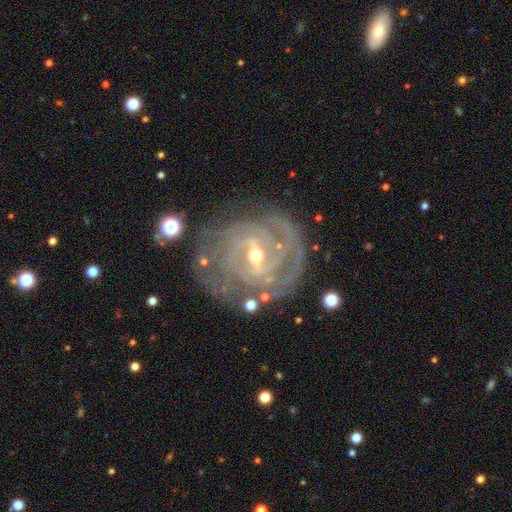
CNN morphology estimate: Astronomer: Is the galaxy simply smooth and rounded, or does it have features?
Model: featured or disk — 90%.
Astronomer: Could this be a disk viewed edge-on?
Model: no — 97%.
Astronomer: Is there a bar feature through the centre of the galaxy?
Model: weak — 46% (runner-up: strong, 39%).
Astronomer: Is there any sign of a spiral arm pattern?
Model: yes — 97%.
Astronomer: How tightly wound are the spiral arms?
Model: tight — 77%.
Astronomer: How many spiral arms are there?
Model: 3 — 24% (runner-up: can't tell, 23%).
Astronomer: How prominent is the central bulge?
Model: small — 58% (runner-up: moderate, 39%).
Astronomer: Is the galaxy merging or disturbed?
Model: none — 74%.